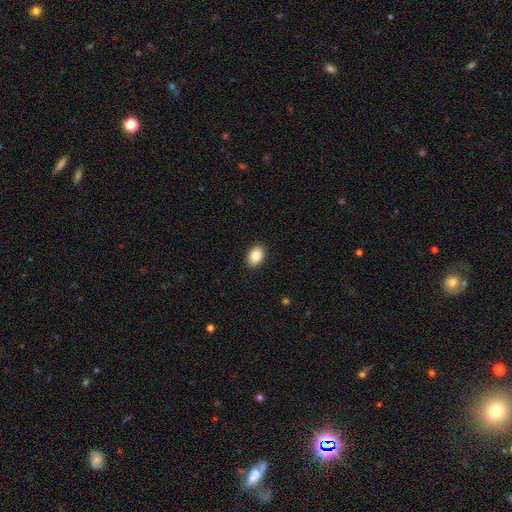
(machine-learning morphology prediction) Overall: smooth (85%). How rounded: in between (84%). Merging: none (90%).